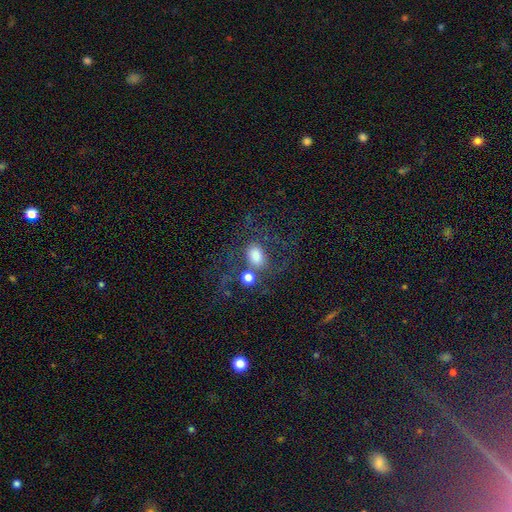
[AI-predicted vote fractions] Overall: smooth (67%). How rounded: in between (51%; round 48%). Merging: none (44%; merger 27%).